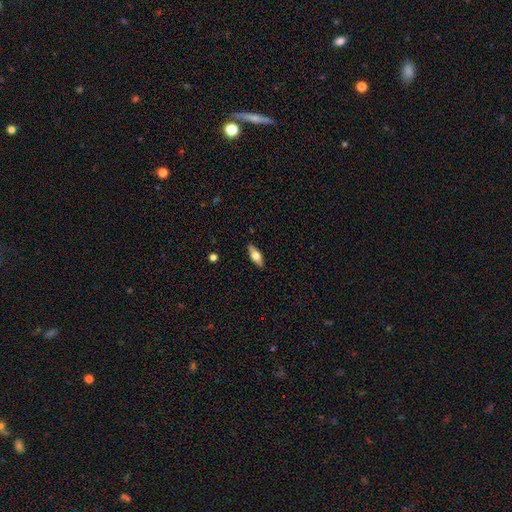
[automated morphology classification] type=smooth (50%); roundness=in between (63%); merging=none (88%).